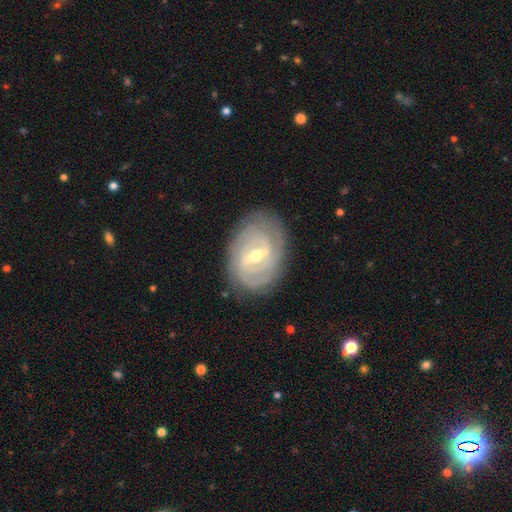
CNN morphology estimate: Smooth or featured: featured or disk — 88% (smooth — 7%)
Edge-on disk: no — 96% (yes — 4%)
Bar: strong — 45% (tied with weak — 45%)
Spiral arms: yes — 95% (no — 5%)
Spiral winding: tight — 74% (medium — 21%)
Spiral arm count: 2 — 31% (can't tell — 26%)
Bulge size: moderate — 59% (small — 38%)
Merging: none — 81% (minor disturbance — 14%)